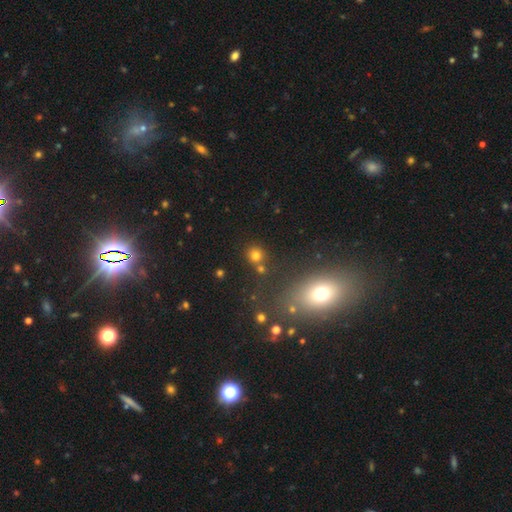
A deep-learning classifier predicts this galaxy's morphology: A smooth galaxy with no disk features (73%) that is round (88%).

Vote fractions:
- Smooth or featured? smooth: 73% / star or artifact: 20% / featured or disk: 8%
- How rounded? round: 88% / in between: 11% / cigar-shaped: 1%
- Merging? none: 74% / merger: 14% / minor disturbance: 8% / major disturbance: 3%